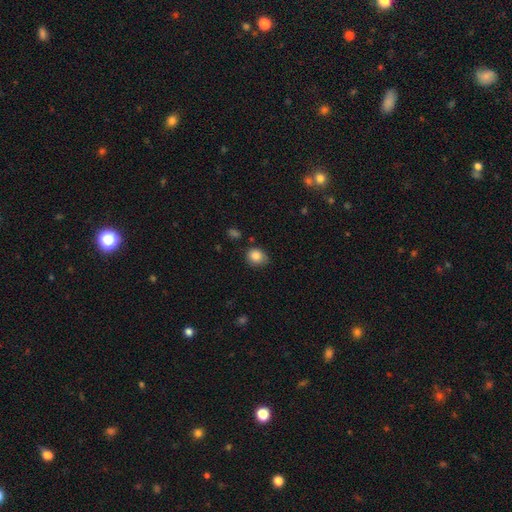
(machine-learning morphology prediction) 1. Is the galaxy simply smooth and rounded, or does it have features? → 85% smooth, 9% star or artifact, 6% featured or disk.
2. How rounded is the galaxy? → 67% round, 32% in between, 1% cigar-shaped.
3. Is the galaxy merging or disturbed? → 69% none, 24% minor disturbance, 5% major disturbance, 3% merger.